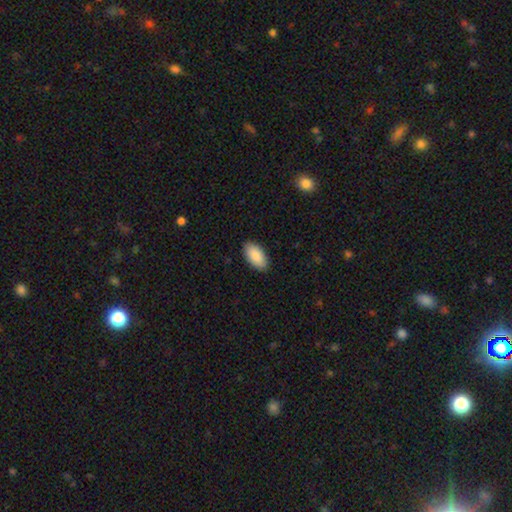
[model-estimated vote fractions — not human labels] Morphology: type=smooth (89%); roundness=in between (95%); merging=none (89%).